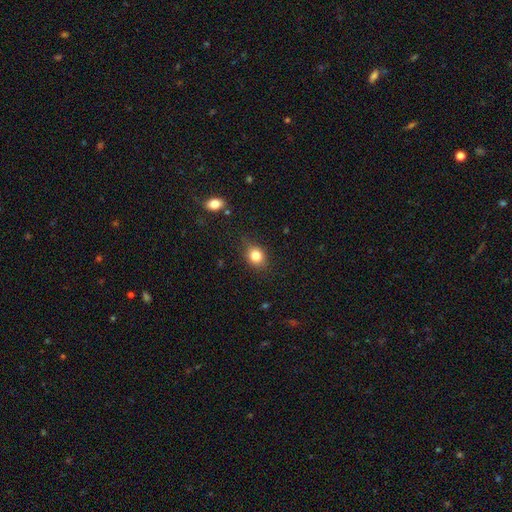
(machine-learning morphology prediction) A smooth galaxy with no disk features (81%) that is round (53%).

Vote fractions:
- Smooth or featured? smooth: 81% / star or artifact: 11% / featured or disk: 8%
- How rounded? round: 53% / in between: 46% / cigar-shaped: 1%
- Merging? none: 80% / minor disturbance: 15% / major disturbance: 4% / merger: 1%